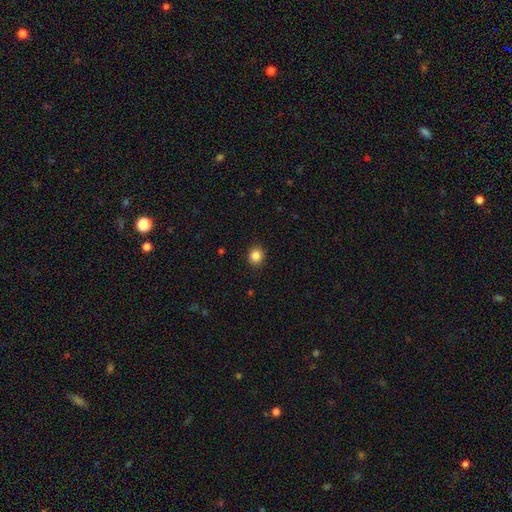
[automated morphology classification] Smooth or featured?
  - smooth: 85% *
  - star or artifact: 11%
  - featured or disk: 4%
How rounded?
  - round: 81% *
  - in between: 18%
  - cigar-shaped: 1%
Merging?
  - none: 91% *
  - minor disturbance: 6%
  - major disturbance: 2%
  - merger: 1%